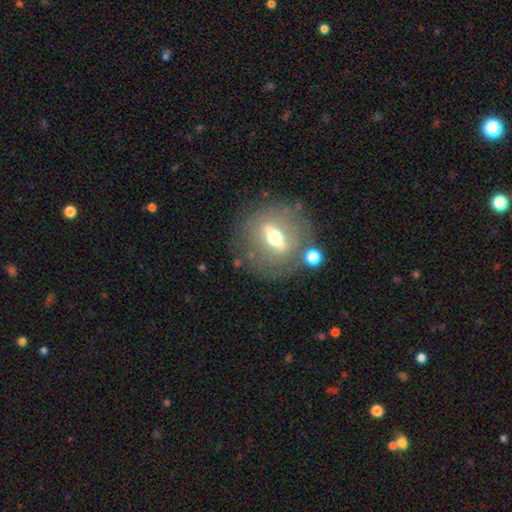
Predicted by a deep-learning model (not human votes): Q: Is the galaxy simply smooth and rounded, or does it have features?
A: featured or disk — 49%.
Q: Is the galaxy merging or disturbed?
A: none — 78%.